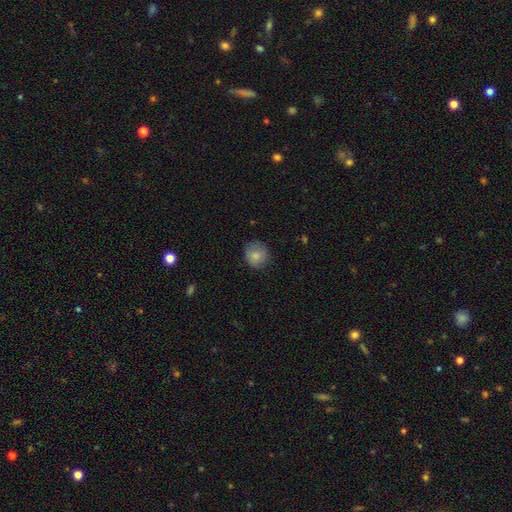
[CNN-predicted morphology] This appears to be a smooth galaxy with no disk features (83%) that is round (88%). Merging: none (78%).